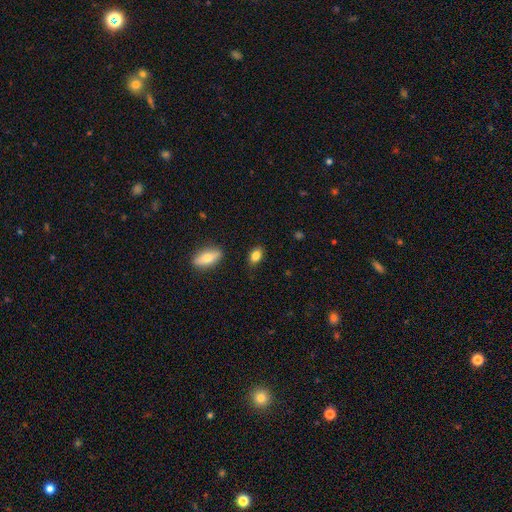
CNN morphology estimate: Smooth or featured? Predicted: smooth (p=0.84). How rounded? Predicted: in between (p=0.83). Merging? Predicted: none (p=0.85).